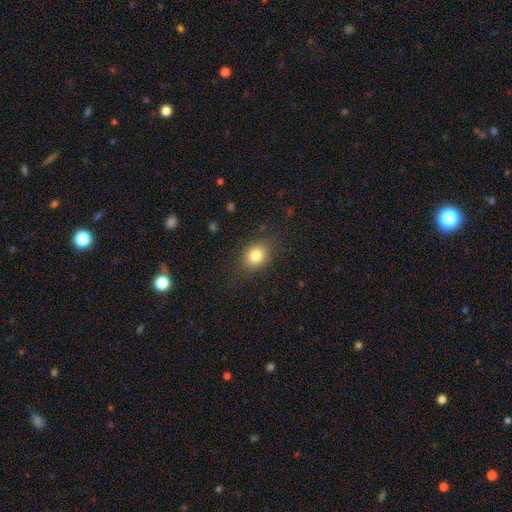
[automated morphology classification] smooth_or_featured: smooth (p=0.81) [alt: star or artifact p=0.11]
how_rounded: round (p=0.56) [alt: in between p=0.43]
merging: none (p=0.84) [alt: minor disturbance p=0.11]